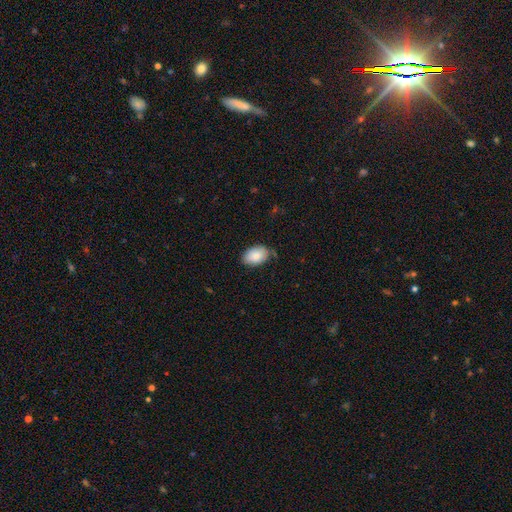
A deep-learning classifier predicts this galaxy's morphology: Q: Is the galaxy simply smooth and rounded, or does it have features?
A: smooth — 85%.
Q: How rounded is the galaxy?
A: in between — 89%.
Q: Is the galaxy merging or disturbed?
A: none — 74%.